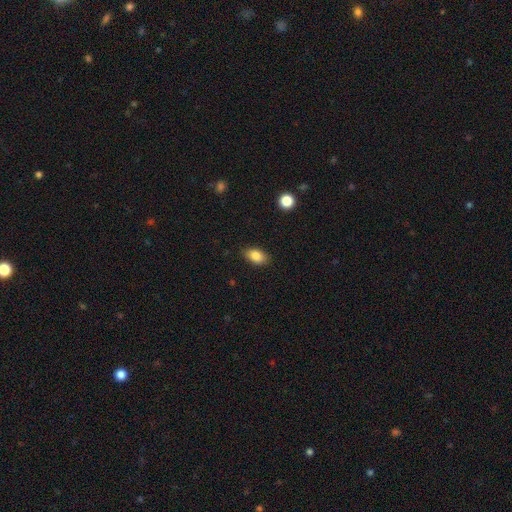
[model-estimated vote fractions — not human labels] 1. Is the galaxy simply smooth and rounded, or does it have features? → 85% smooth, 8% star or artifact, 7% featured or disk.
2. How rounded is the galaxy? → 89% in between, 9% round, 2% cigar-shaped.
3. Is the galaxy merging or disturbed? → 86% none, 11% minor disturbance, 2% major disturbance, 1% merger.